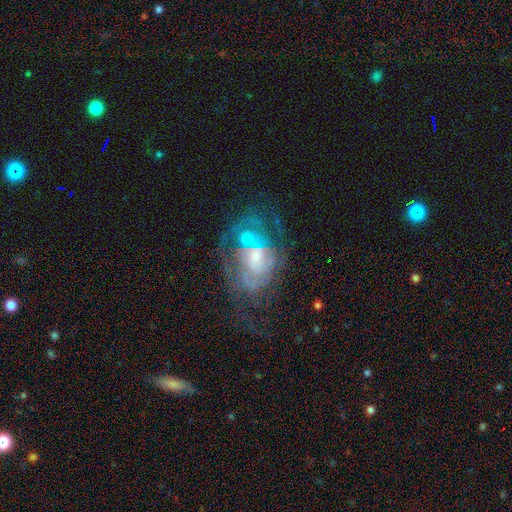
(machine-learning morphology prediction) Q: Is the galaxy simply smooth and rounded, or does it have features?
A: featured or disk — 74%.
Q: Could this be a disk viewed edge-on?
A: no — 97%.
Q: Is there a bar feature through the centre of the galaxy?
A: no — 67%.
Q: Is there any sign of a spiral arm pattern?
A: yes — 73%.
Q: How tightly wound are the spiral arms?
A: tight — 50%.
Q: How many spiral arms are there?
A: can't tell — 51%.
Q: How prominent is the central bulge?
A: small — 50%.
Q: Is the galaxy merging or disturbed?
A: none — 38%.